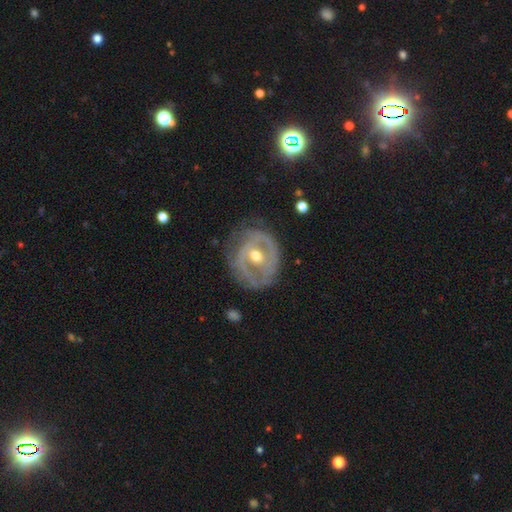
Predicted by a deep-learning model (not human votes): A featured or disk galaxy (82%) with a weak bar (40%), 2 (51%) tight (55%) spiral arms (73%) and a moderate central bulge (66%).

Vote fractions:
- Smooth or featured? featured or disk: 82% / smooth: 12% / star or artifact: 6%
- Edge-on disk? no: 96% / yes: 4%
- Bar? weak: 40% / no: 35% / strong: 25%
- Spiral arms? yes: 73% / no: 27%
- Spiral winding? tight: 55% / medium: 32% / loose: 12%
- Spiral arm count? 2: 51% / can't tell: 27% / 1: 9% / 3: 8% / 4: 3% / more than 4: 2%
- Bulge size? moderate: 66% / small: 31% / large: 2% / none: 1% / dominant: 1%
- Merging? none: 68% / minor disturbance: 20% / major disturbance: 10% / merger: 2%